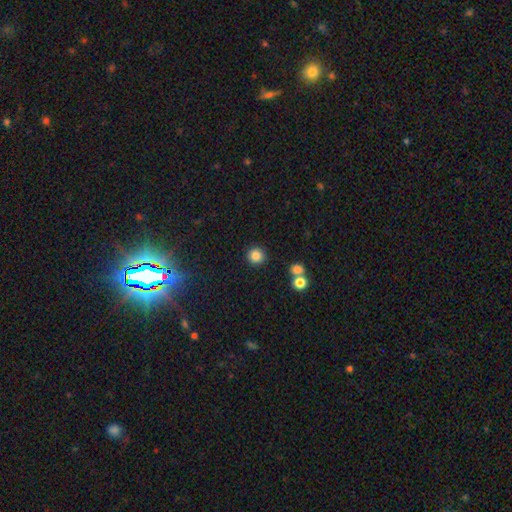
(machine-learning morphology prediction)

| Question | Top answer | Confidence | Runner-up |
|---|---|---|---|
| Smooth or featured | smooth | 84% | star or artifact (11%) |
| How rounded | round | 94% | in between (5%) |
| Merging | none | 89% | minor disturbance (5%) |